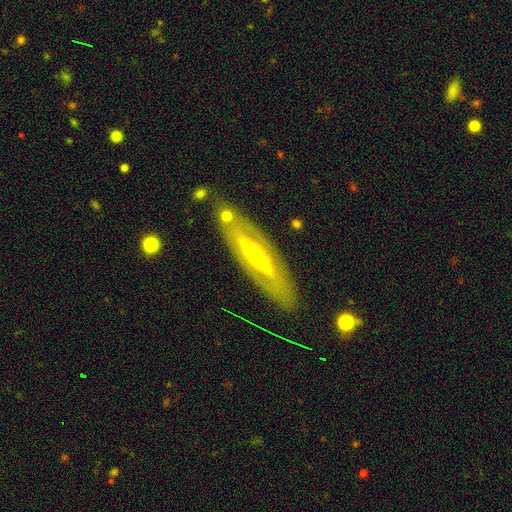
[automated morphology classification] This is likely a featured or disk galaxy (74%). It is likely not viewed edge-on (65%). Merging: clearly none (81%).